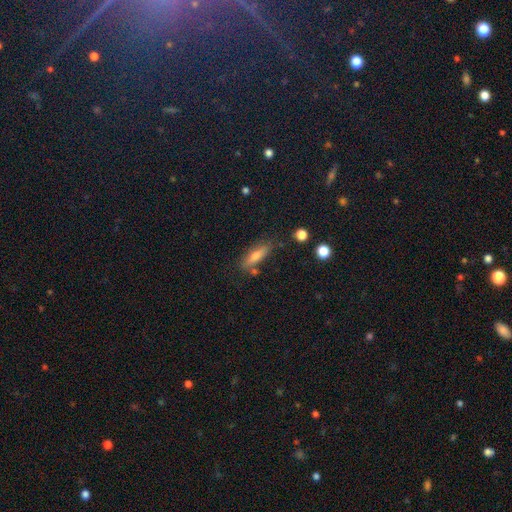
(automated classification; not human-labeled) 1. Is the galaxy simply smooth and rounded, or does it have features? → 65% smooth, 26% featured or disk, 9% star or artifact.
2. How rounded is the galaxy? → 59% cigar-shaped, 38% in between, 3% round.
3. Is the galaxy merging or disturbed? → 76% none, 15% minor disturbance, 6% merger, 4% major disturbance.